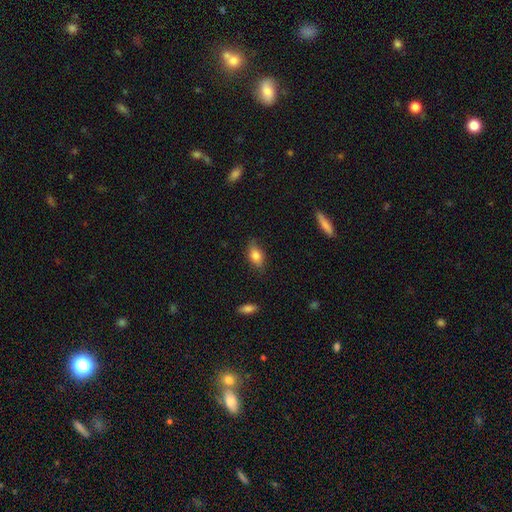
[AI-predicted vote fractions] smooth-or-featured: smooth: 77% | featured or disk: 15% | star or artifact: 8%
  how-rounded: in between: 84% | round: 9% | cigar-shaped: 7%
  merging: none: 77% | minor disturbance: 18% | major disturbance: 3% | merger: 1%